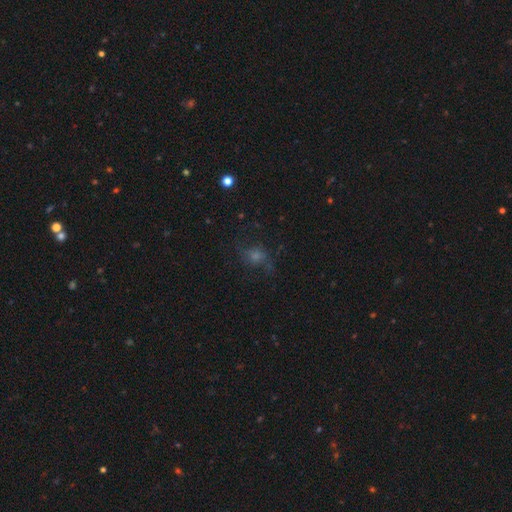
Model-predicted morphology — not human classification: Q: Smooth or featured?
A: featured or disk (38%); runner-up: smooth (32%)
Q: Merging?
A: none (61%); runner-up: major disturbance (19%)